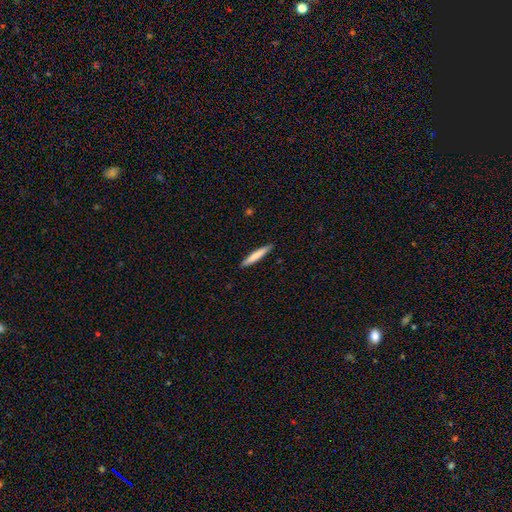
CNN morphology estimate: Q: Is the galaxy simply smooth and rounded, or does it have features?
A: smooth — 76%.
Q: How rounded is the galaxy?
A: cigar-shaped — 94%.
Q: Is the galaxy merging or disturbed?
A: none — 91%.